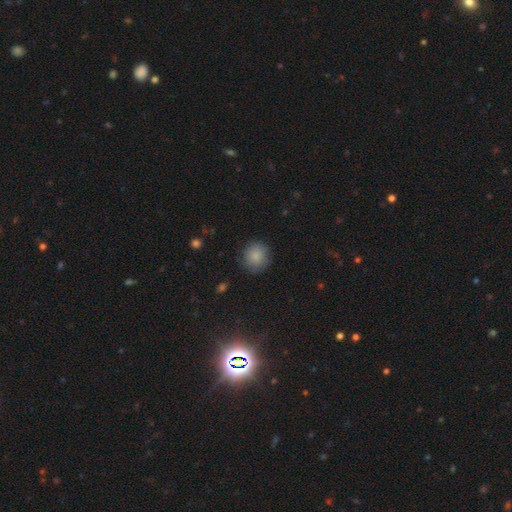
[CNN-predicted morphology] Smooth or featured? Predicted: smooth (p=0.87). How rounded? Predicted: round (p=0.90). Merging? Predicted: none (p=0.85).